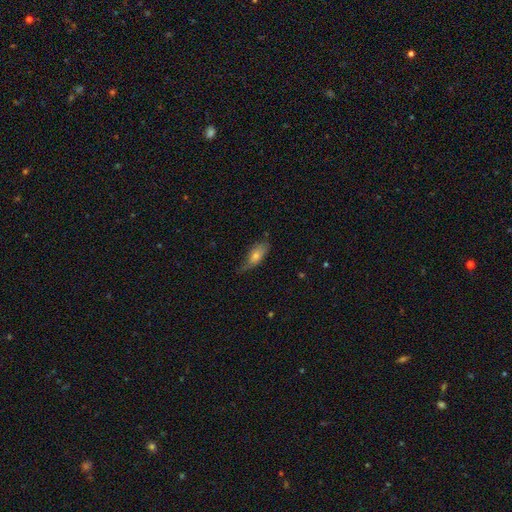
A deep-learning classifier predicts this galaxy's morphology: type=smooth (64%); roundness=in between (69%); merging=none (54%).